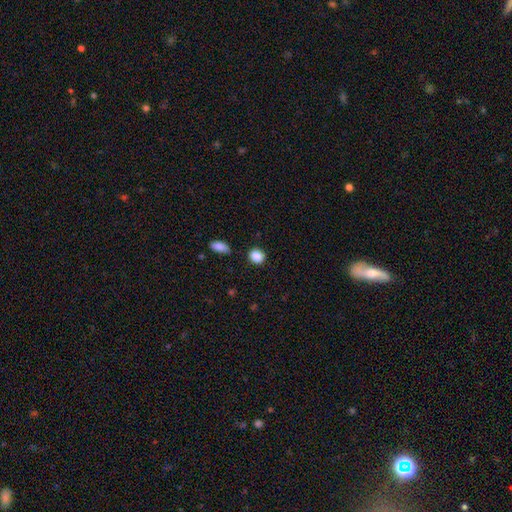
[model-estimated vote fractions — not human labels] Morphology: type=smooth (87%); roundness=round (72%); merging=none (86%).